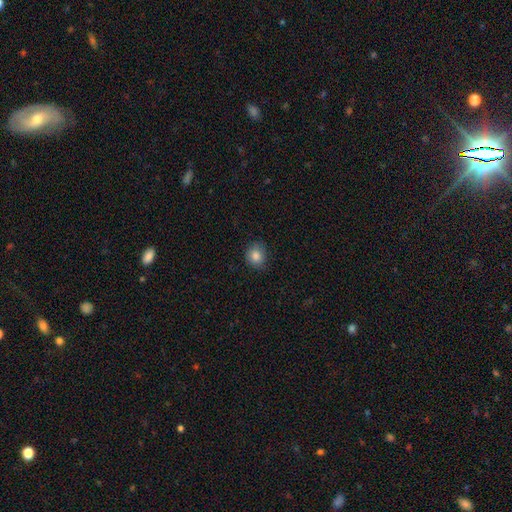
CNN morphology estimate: type=smooth (84%); roundness=round (77%); merging=none (79%).